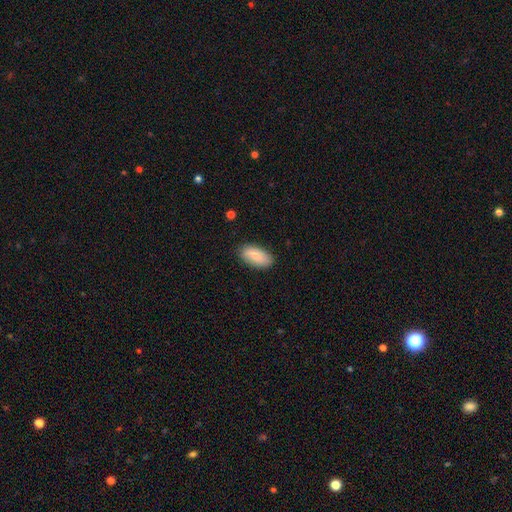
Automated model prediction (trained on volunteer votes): The model was most divided on "merging": none: 85%, minor disturbance: 12%, major disturbance: 2%, merger: 1%. More confident: how rounded — in between (93%); smooth or featured — smooth (86%).